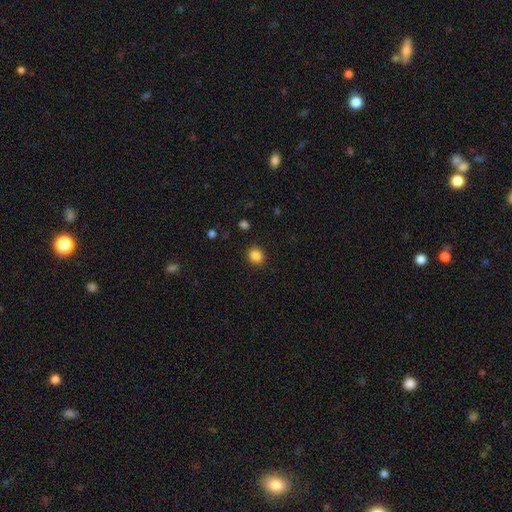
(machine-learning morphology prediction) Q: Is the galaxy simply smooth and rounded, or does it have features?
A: smooth — 86%.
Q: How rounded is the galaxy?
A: round — 76%.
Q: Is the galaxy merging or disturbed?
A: none — 90%.